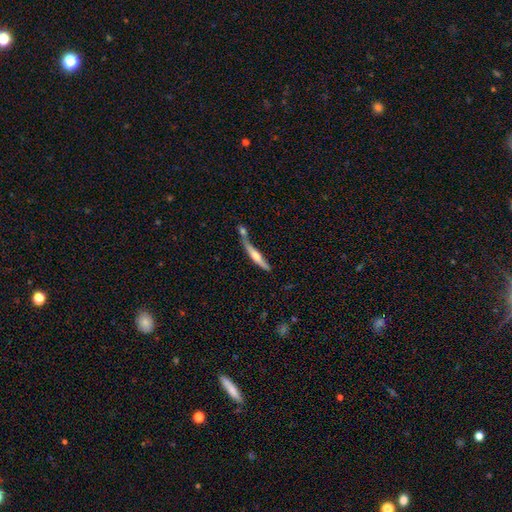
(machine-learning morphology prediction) A featured or disk galaxy (49%).

Vote fractions:
- Smooth or featured? featured or disk: 49% / smooth: 44% / star or artifact: 6%
- Merging? none: 39% / merger: 37% / minor disturbance: 16% / major disturbance: 8%